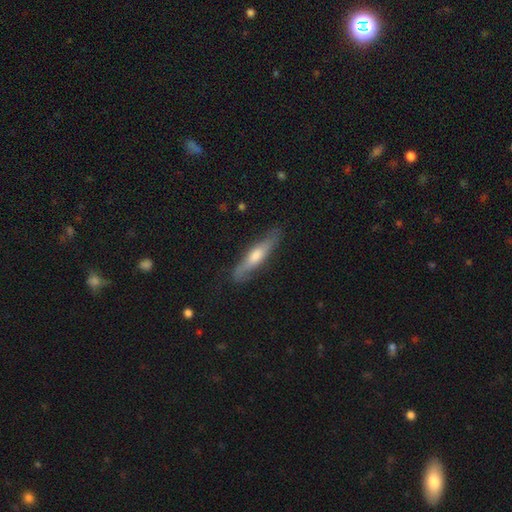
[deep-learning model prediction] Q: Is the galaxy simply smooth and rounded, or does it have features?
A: featured or disk — 48%.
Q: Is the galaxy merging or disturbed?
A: none — 81%.